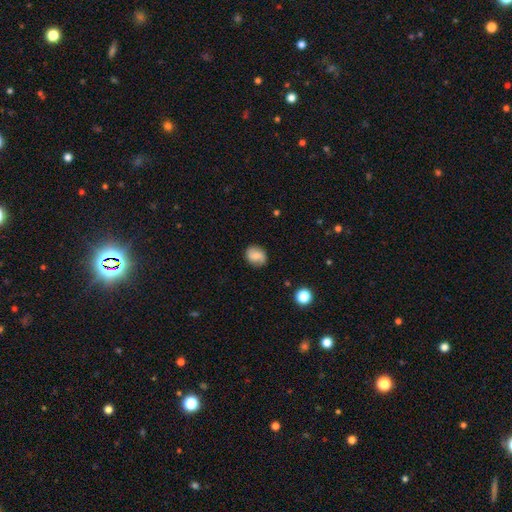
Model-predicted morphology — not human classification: The model was most divided on "how rounded": round: 54%, in between: 44%, cigar-shaped: 1%. More confident: merging — none (81%); smooth or featured — smooth (65%).